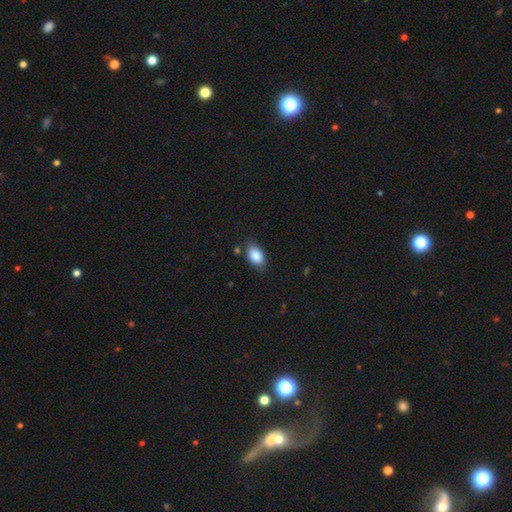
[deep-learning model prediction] Smooth or featured? smooth (85%)
How rounded? in between (88%)
Merging? none (81%)